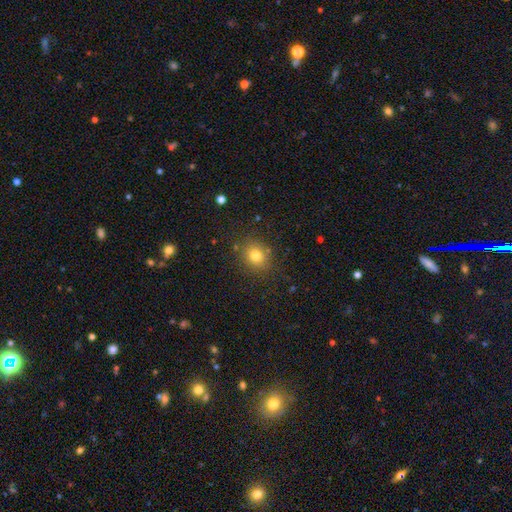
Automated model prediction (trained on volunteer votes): Smooth or featured?
  - smooth: 78% *
  - star or artifact: 14%
  - featured or disk: 8%
How rounded?
  - round: 73% *
  - in between: 26%
  - cigar-shaped: 1%
Merging?
  - none: 84% *
  - minor disturbance: 10%
  - major disturbance: 4%
  - merger: 2%